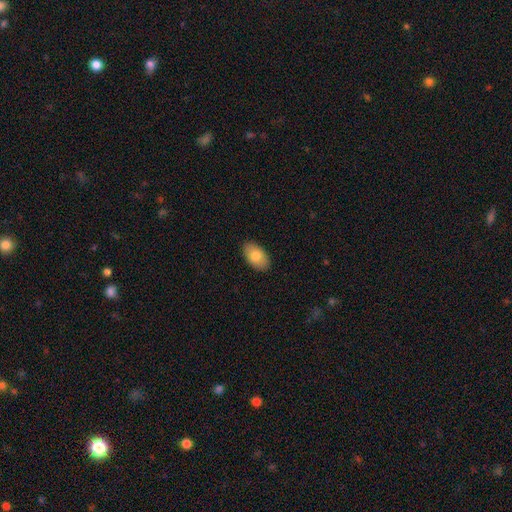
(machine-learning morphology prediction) smooth 80%, featured or disk 13%, star or artifact 6%. Down the decision tree: how rounded — in between (94%); merging — none (88%).